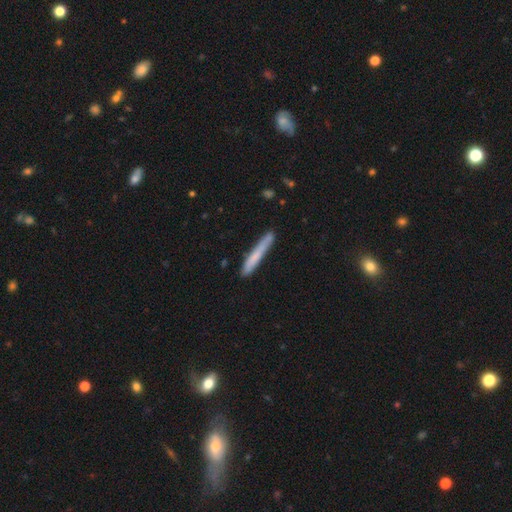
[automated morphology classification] Smooth or featured?
  - smooth: 69% *
  - featured or disk: 25%
  - star or artifact: 6%
How rounded?
  - cigar-shaped: 96% *
  - in between: 3%
  - round: 1%
Merging?
  - none: 79% *
  - minor disturbance: 16%
  - merger: 3%
  - major disturbance: 3%